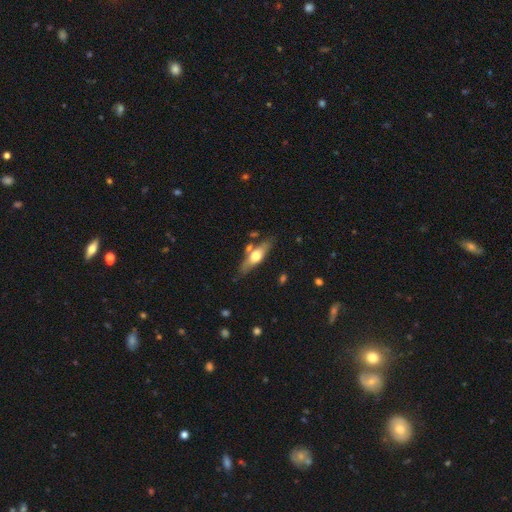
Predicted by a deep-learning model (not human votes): The model was most divided on "smooth or featured": featured or disk: 50%, smooth: 44%, star or artifact: 6%. More confident: merging — none (71%).